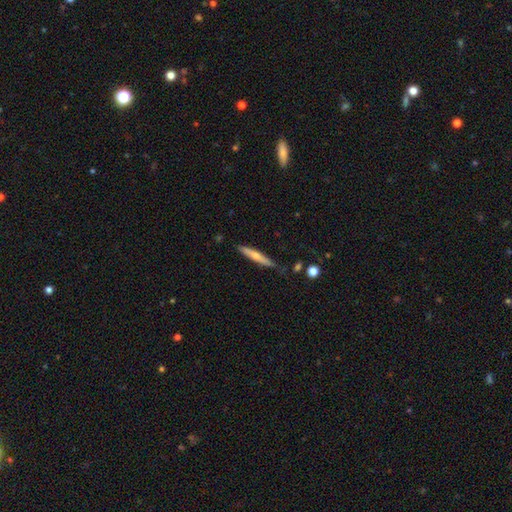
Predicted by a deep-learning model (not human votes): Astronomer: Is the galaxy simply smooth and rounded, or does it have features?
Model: smooth — 54% (runner-up: featured or disk, 40%).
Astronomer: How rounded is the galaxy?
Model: cigar-shaped — 93%.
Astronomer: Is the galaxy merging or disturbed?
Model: none — 81%.